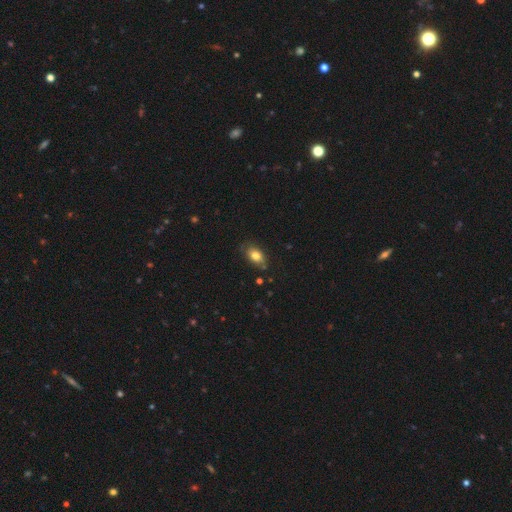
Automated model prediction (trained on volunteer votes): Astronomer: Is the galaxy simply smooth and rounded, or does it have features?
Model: smooth — 80%.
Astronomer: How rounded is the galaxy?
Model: in between — 86%.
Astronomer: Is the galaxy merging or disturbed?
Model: none — 72%.